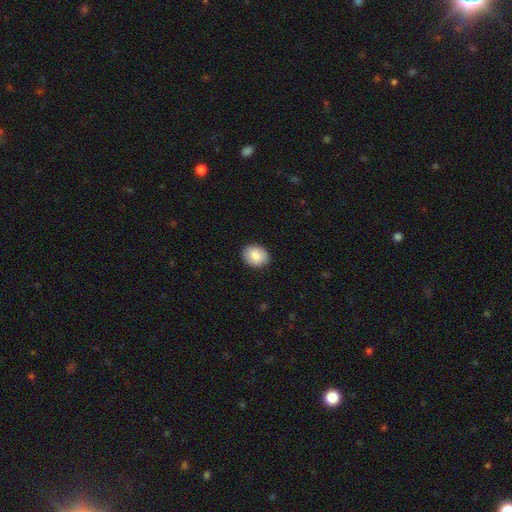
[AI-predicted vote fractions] This is clearly a smooth galaxy (85%). How rounded: possibly in between (53%). Merging: clearly none (89%).